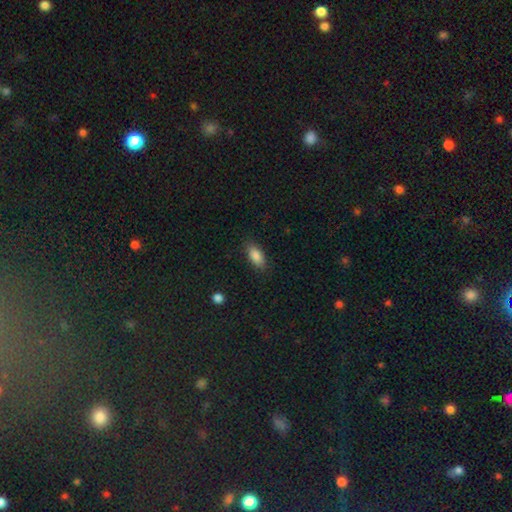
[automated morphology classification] Smooth or featured: smooth — 87% (star or artifact — 7%)
How rounded: in between — 86% (cigar-shaped — 11%)
Merging: none — 85% (minor disturbance — 11%)